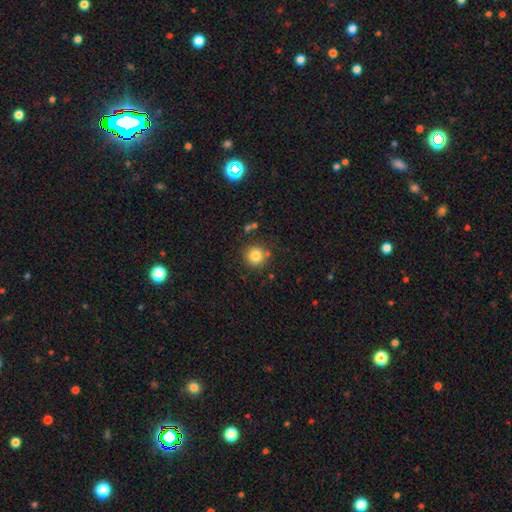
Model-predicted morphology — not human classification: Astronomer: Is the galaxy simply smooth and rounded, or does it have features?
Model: smooth — 82%.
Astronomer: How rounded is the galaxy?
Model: round — 93%.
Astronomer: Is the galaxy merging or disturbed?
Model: none — 83%.